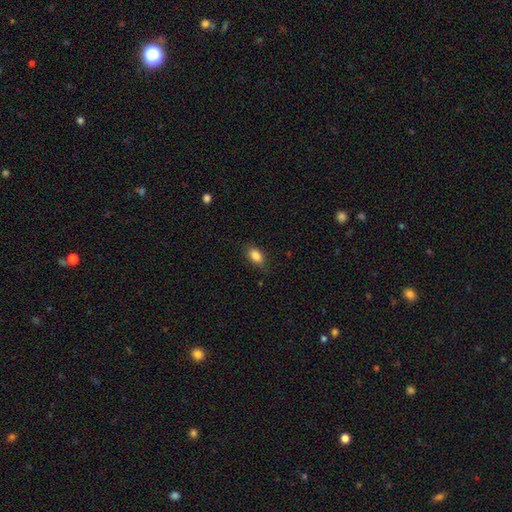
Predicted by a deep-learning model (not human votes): smooth 85%, star or artifact 8%, featured or disk 6%. Down the decision tree: how rounded — in between (86%); merging — none (77%).